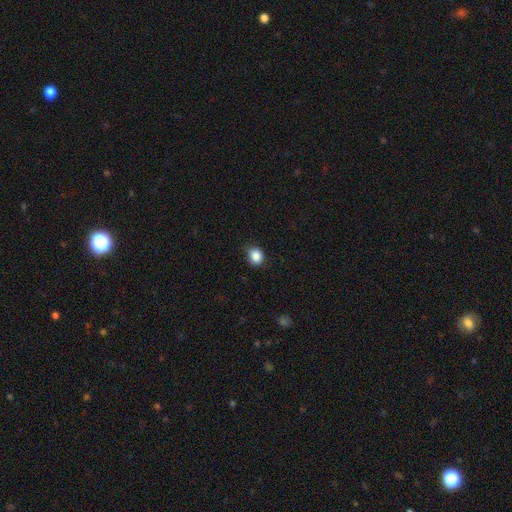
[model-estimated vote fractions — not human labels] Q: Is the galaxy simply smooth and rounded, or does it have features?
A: smooth — 87%.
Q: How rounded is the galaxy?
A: round — 70%.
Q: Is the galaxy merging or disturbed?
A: none — 80%.